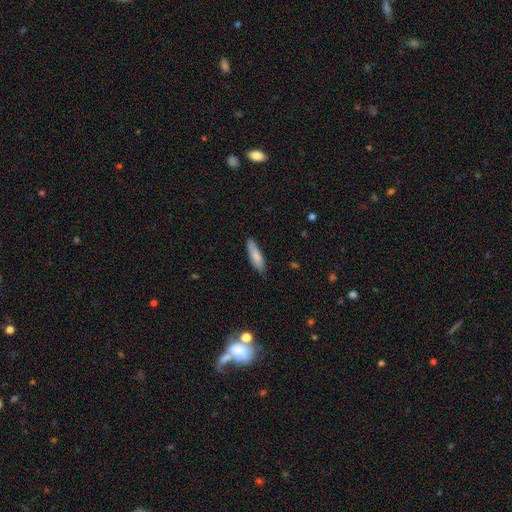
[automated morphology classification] Overall: smooth (81%). How rounded: cigar-shaped (65%; in between 33%). Merging: none (82%).